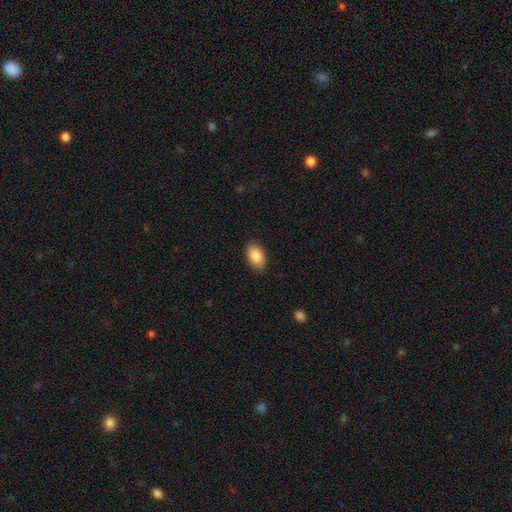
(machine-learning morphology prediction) Smooth or featured?
  - smooth: 87% *
  - star or artifact: 7%
  - featured or disk: 6%
How rounded?
  - in between: 92% *
  - round: 6%
  - cigar-shaped: 1%
Merging?
  - none: 89% *
  - minor disturbance: 8%
  - major disturbance: 2%
  - merger: 1%